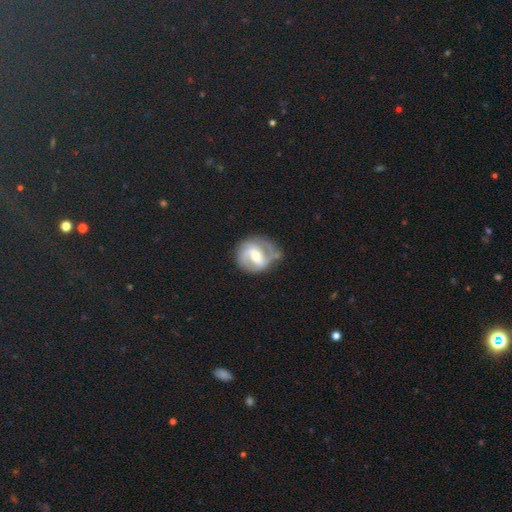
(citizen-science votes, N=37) Overall: featured or disk (86%). Edge-on disk: no (97%). Bar: weak (55%; no 26%). Spiral arms: yes (100%). Spiral arm count: 2 (52%; 3 39%). Spiral winding: medium (61%; tight 23%). Bulge size: moderate (55%; small 39%). Merging: none (68%).